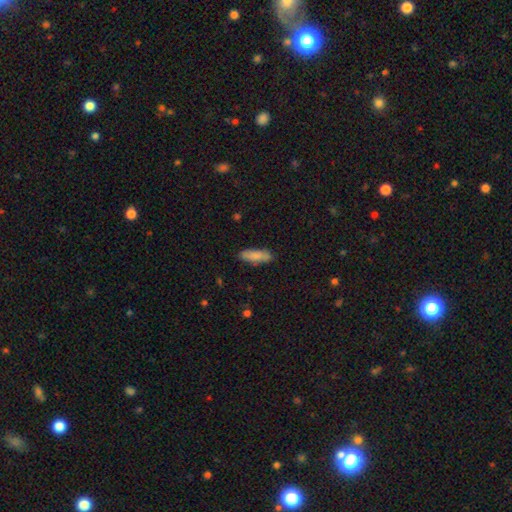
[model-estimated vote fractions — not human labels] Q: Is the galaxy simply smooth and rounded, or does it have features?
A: smooth — 83%.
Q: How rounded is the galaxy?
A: in between — 56%.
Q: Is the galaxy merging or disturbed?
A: none — 81%.